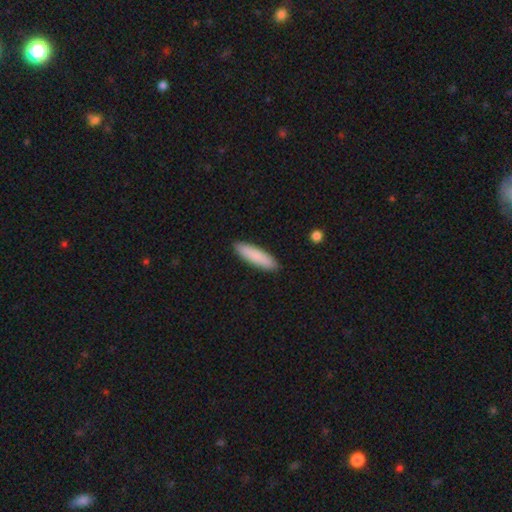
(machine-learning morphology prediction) smooth_or_featured: smooth (p=0.87) [alt: featured or disk p=0.08]
how_rounded: cigar-shaped (p=0.72) [alt: in between p=0.27]
merging: none (p=0.91) [alt: minor disturbance p=0.07]